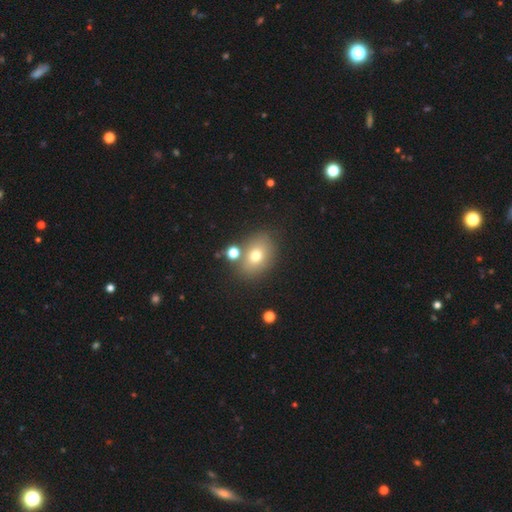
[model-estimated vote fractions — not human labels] Morphology: type=smooth (72%); roundness=in between (68%); merging=none (72%).